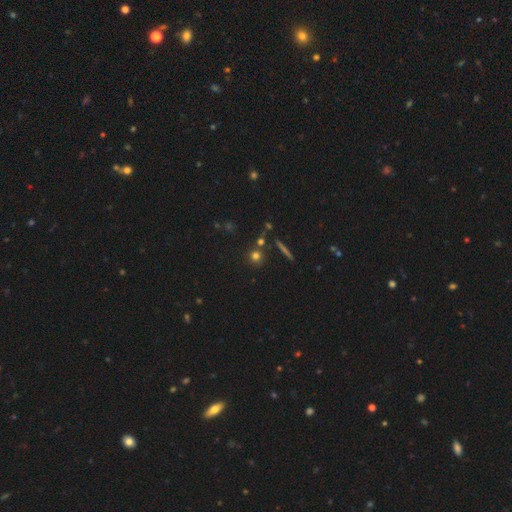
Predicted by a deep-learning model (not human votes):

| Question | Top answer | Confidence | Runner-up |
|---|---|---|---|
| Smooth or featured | smooth | 70% | star or artifact (18%) |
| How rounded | round | 90% | in between (7%) |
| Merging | none | 76% | merger (13%) |